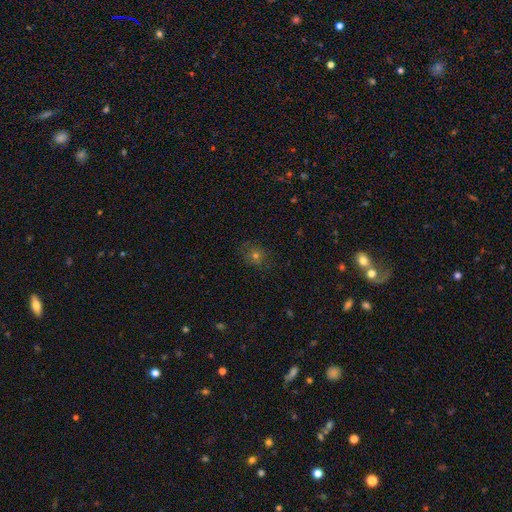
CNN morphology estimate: Smooth or featured? Predicted: smooth (p=0.54). How rounded? Predicted: round (p=0.74). Merging? Predicted: none (p=0.79).